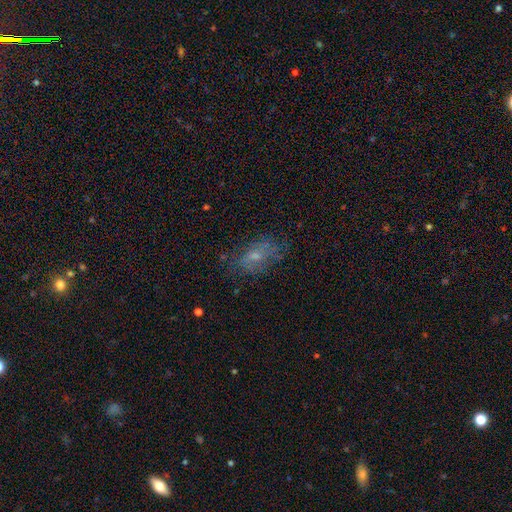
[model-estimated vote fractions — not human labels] A smooth galaxy with no disk features (43%).

Vote fractions:
- Smooth or featured? smooth: 43% / featured or disk: 42% / star or artifact: 14%
- Merging? none: 62% / minor disturbance: 22% / major disturbance: 14% / merger: 2%